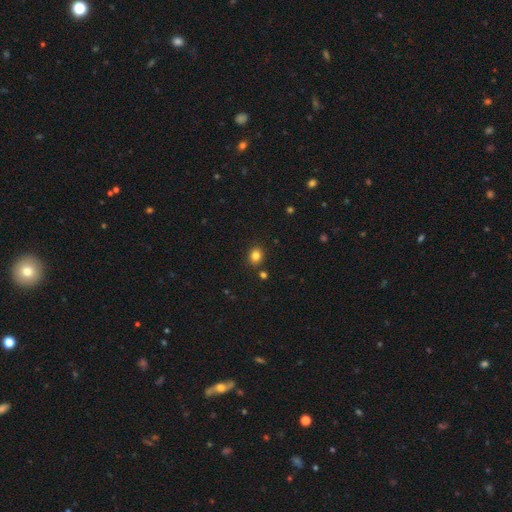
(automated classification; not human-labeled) smooth-or-featured: smooth: 82% | star or artifact: 12% | featured or disk: 5%
  how-rounded: round: 69% | in between: 31% | cigar-shaped: 1%
  merging: none: 87% | minor disturbance: 8% | merger: 3% | major disturbance: 2%